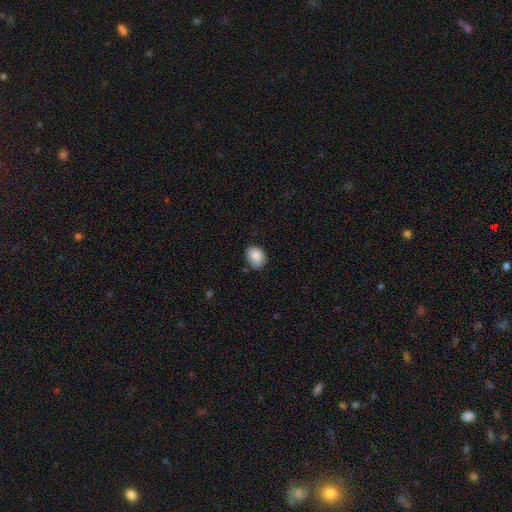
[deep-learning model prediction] smooth-or-featured: smooth: 87% | star or artifact: 8% | featured or disk: 5%
  how-rounded: in between: 68% | round: 31% | cigar-shaped: 1%
  merging: none: 70% | minor disturbance: 24% | major disturbance: 4% | merger: 2%